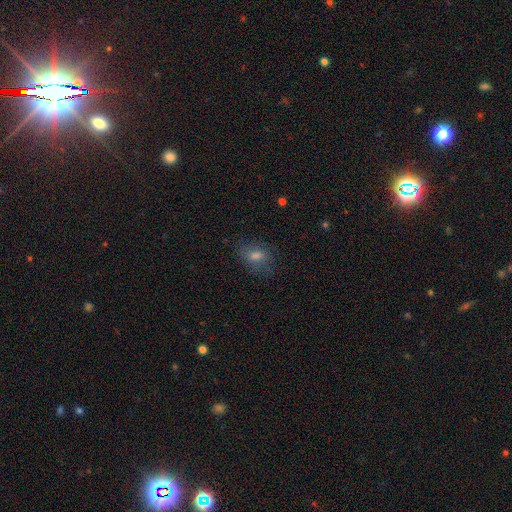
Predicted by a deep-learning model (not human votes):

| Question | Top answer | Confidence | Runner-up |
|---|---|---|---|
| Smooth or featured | smooth | 72% | featured or disk (16%) |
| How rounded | in between | 72% | round (26%) |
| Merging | none | 72% | minor disturbance (18%) |